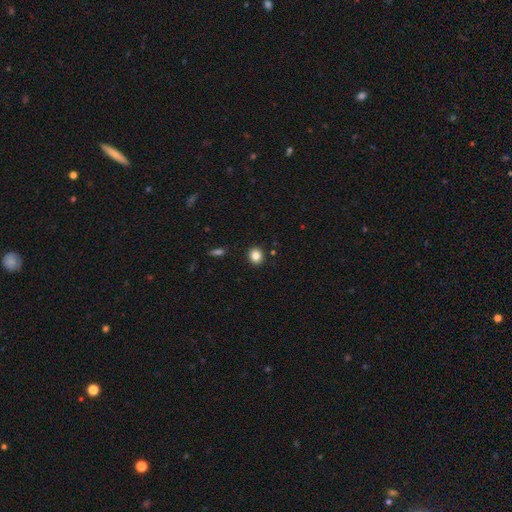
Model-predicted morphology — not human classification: The model was most divided on "how rounded": round: 77%, in between: 22%, cigar-shaped: 1%. More confident: merging — none (91%); smooth or featured — smooth (84%).